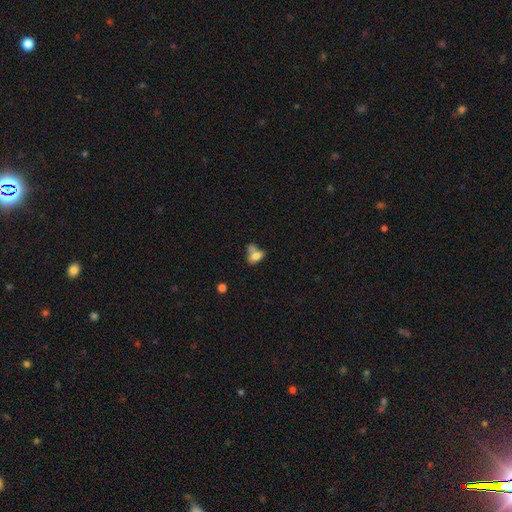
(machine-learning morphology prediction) Q: Smooth or featured?
A: smooth (70%); runner-up: featured or disk (19%)
Q: How rounded?
A: in between (79%); runner-up: round (17%)
Q: Merging?
A: merger (37%); runner-up: none (27%)